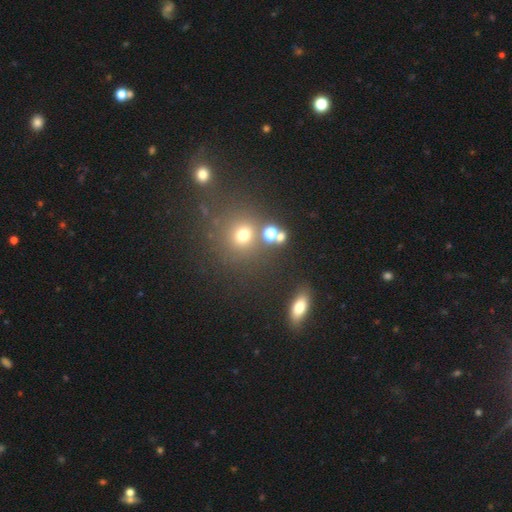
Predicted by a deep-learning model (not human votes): Smooth or featured? smooth (53%)
How rounded? round (84%)
Merging? none (67%)